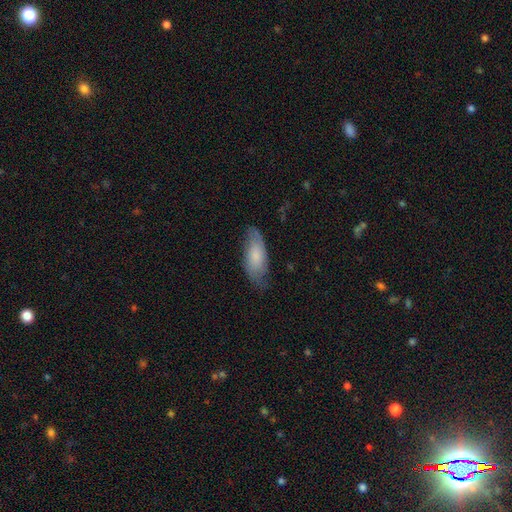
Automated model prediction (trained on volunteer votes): smooth_or_featured: smooth (p=0.63) [alt: featured or disk p=0.30]
how_rounded: in between (p=0.79) [alt: cigar-shaped p=0.18]
merging: none (p=0.67) [alt: minor disturbance p=0.25]